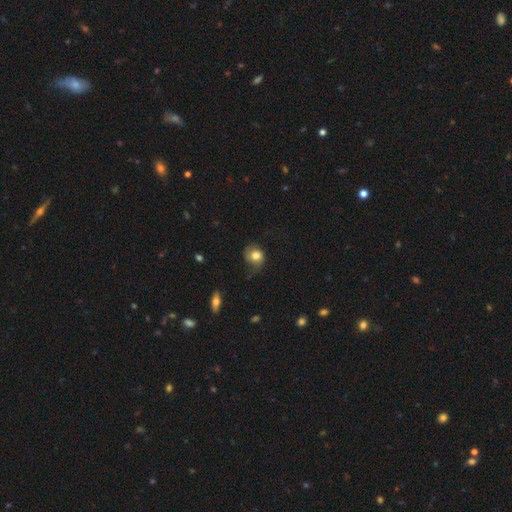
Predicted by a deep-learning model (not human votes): smooth 76%, featured or disk 16%, star or artifact 8%. Down the decision tree: how rounded — round (63%); merging — none (49%).